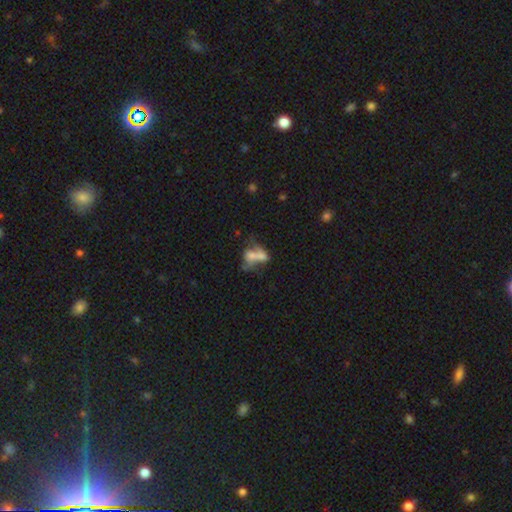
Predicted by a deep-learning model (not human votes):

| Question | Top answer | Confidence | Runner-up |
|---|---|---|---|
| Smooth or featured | smooth | 49% | featured or disk (37%) |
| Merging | merger | 56% | none (19%) |